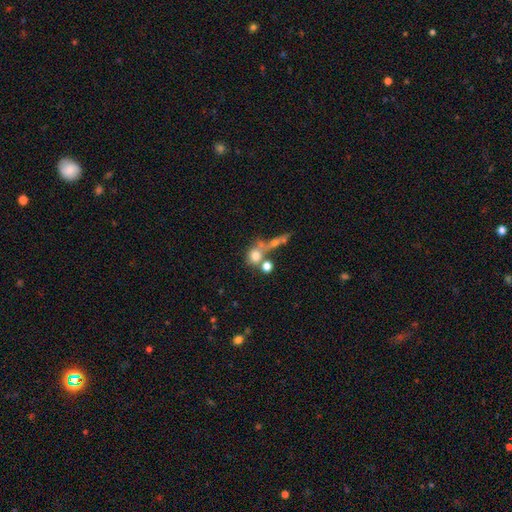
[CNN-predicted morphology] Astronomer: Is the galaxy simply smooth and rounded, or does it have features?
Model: smooth — 68%.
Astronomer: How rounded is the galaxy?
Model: round — 76%.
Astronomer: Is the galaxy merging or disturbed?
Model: none — 41%, tied with merger at 41%.